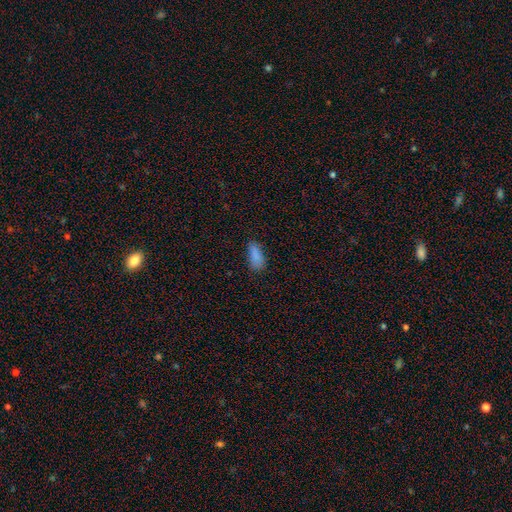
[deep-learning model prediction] Smooth or featured? smooth (86%)
How rounded? in between (83%)
Merging? none (76%)